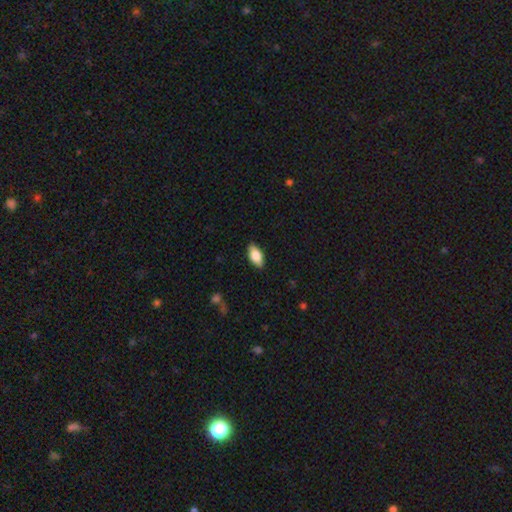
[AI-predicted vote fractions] Morphology: type=smooth (79%); roundness=in between (89%); merging=none (87%).